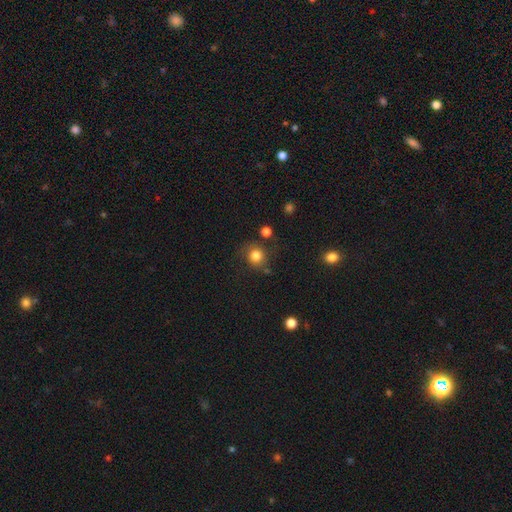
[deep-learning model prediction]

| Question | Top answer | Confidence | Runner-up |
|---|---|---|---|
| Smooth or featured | smooth | 81% | star or artifact (12%) |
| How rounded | round | 87% | in between (12%) |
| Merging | none | 74% | minor disturbance (14%) |